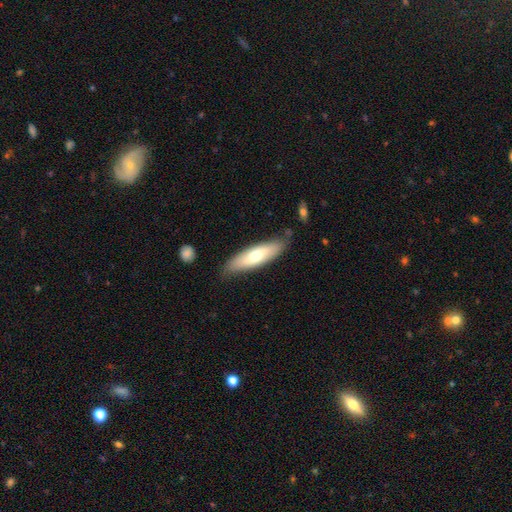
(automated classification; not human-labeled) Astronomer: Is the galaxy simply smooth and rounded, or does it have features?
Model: smooth — 60% (runner-up: featured or disk, 35%).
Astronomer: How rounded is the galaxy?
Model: cigar-shaped — 57% (runner-up: in between, 41%).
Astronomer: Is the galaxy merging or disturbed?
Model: none — 80%.